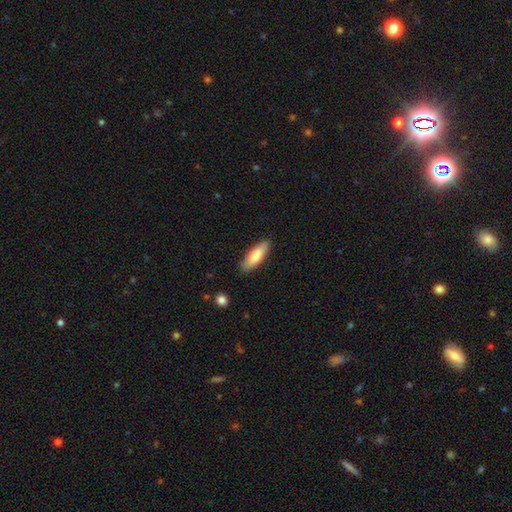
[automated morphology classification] Overall: smooth (76%). How rounded: in between (50%; cigar-shaped 48%). Merging: none (87%).